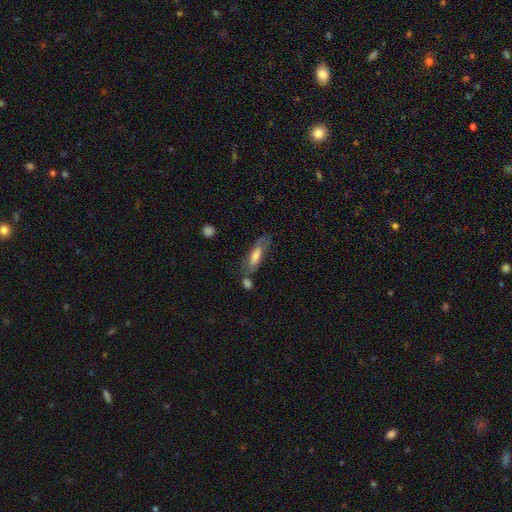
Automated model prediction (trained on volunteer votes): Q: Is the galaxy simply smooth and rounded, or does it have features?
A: smooth — 57%.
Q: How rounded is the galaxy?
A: cigar-shaped — 57%.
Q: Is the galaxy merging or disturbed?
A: none — 58%.